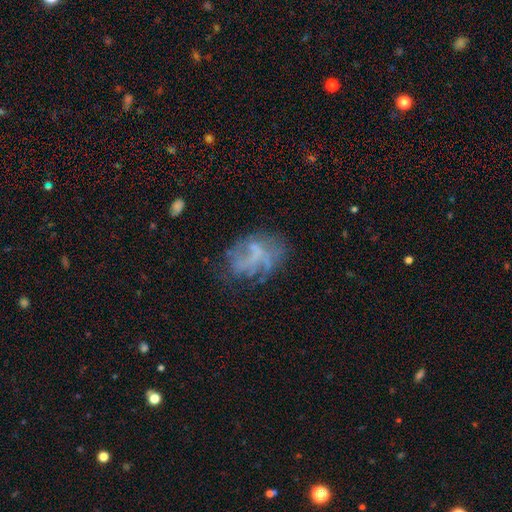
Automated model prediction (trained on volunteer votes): Morphology: type=featured or disk (57%); edge-on=no (97%); bar=no (72%); spiral arms=no (68%); bulge=none (73%); merging=none (44%).